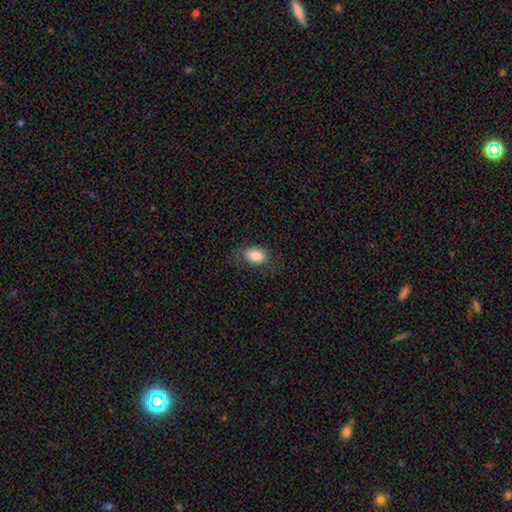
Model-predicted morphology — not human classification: Overall: smooth (84%). How rounded: in between (86%). Merging: none (69%).